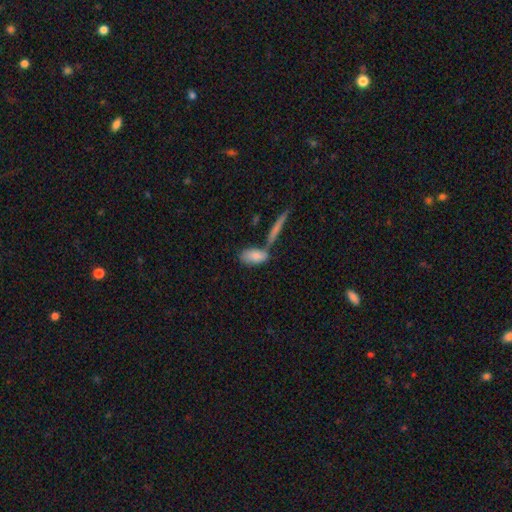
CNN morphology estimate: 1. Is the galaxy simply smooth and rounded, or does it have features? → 78% smooth, 15% featured or disk, 7% star or artifact.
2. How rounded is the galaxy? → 80% in between, 17% cigar-shaped, 3% round.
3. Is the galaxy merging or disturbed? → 44% none, 35% merger, 15% minor disturbance, 6% major disturbance.